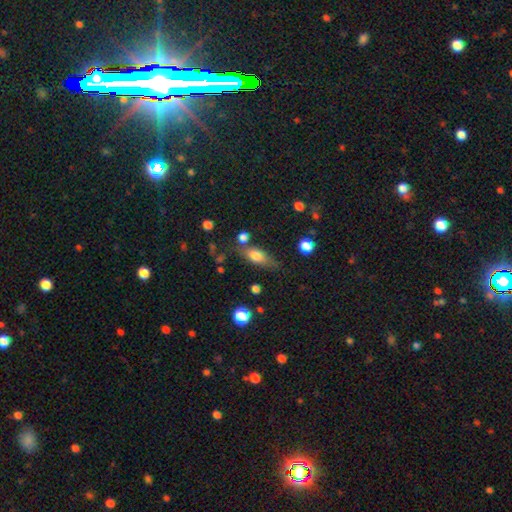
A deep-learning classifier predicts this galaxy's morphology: A smooth galaxy with no disk features (72%) that is in between round and cigar-shaped (72%).

Vote fractions:
- Smooth or featured? smooth: 72% / featured or disk: 19% / star or artifact: 9%
- How rounded? in between: 72% / cigar-shaped: 20% / round: 8%
- Merging? none: 61% / minor disturbance: 21% / merger: 10% / major disturbance: 8%